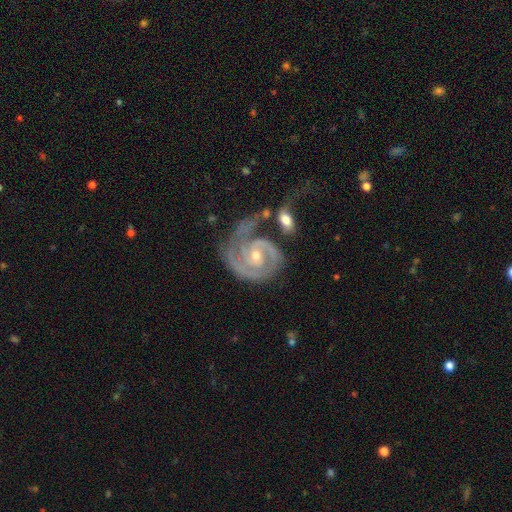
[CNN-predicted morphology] Overall: featured or disk (91%). Edge-on disk: no (98%). Bar: no (59%; weak 31%). Spiral arms: yes (98%). Spiral arm count: 2 (63%). Spiral winding: tight (69%). Bulge size: small (58%; moderate 39%). Merging: none (41%; major disturbance 22%).